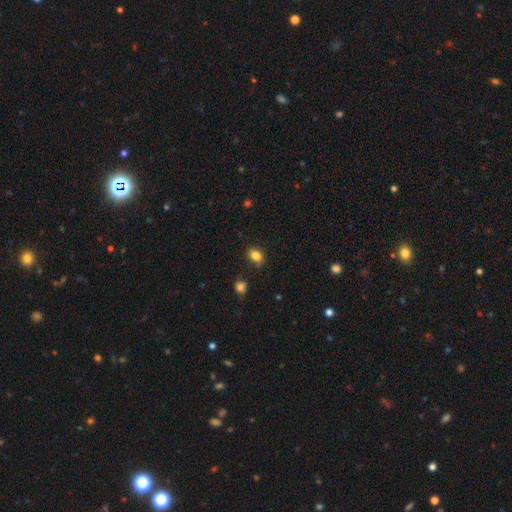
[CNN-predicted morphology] A smooth galaxy with no disk features (83%) that is in between round and cigar-shaped (75%). Merging: none (81%).